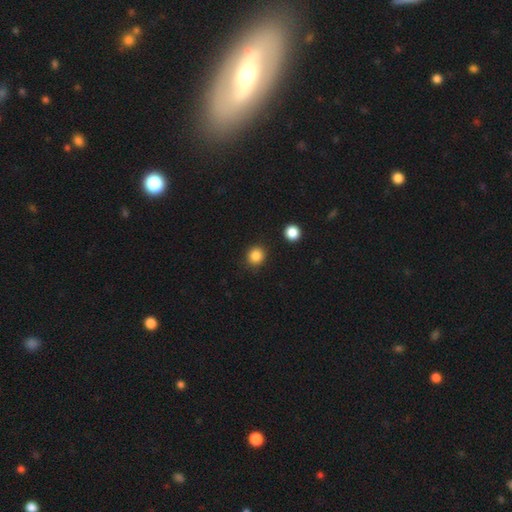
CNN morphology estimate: Smooth or featured: smooth — 86% (star or artifact — 10%)
How rounded: round — 85% (in between — 14%)
Merging: none — 88% (minor disturbance — 7%)